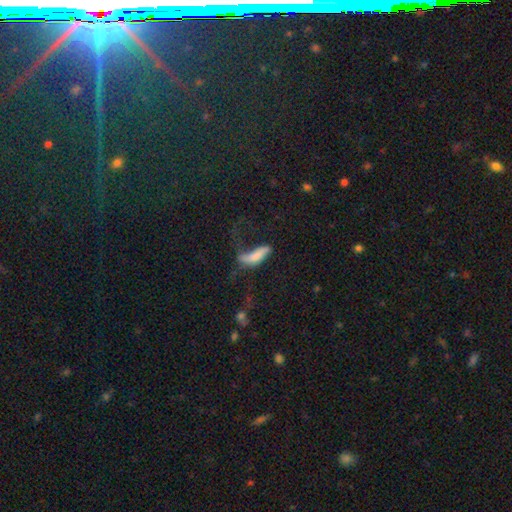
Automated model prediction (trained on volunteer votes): A smooth galaxy with no disk features (64%) that is cigar-shaped (52%). Merging: major disturbance (49%).